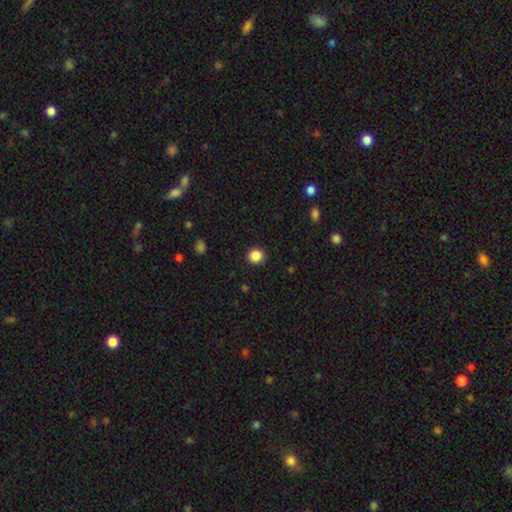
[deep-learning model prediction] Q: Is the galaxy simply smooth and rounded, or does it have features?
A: smooth — 87%.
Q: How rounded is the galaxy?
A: round — 85%.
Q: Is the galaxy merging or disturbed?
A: none — 91%.